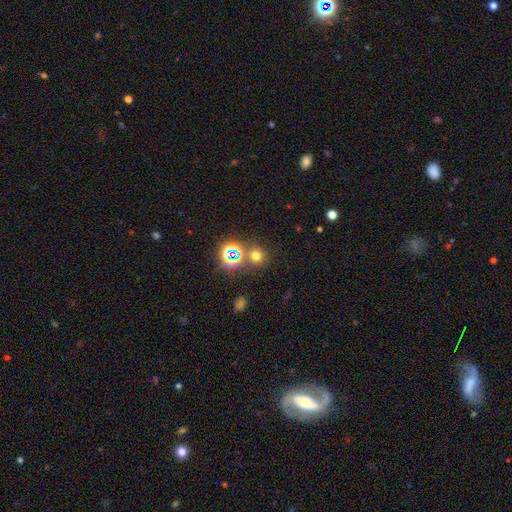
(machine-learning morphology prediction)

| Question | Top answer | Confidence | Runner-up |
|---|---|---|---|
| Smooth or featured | smooth | 61% | star or artifact (32%) |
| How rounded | round | 88% | in between (11%) |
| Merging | none | 74% | merger (14%) |